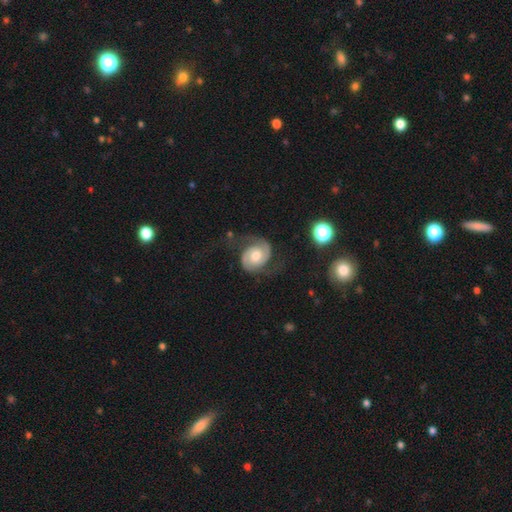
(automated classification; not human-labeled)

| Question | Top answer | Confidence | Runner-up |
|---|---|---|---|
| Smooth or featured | featured or disk | 83% | smooth (11%) |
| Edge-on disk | no | 98% | yes (2%) |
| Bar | no | 68% | weak (26%) |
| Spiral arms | yes | 96% | no (4%) |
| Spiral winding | medium | 45% | tight (35%) |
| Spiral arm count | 2 | 91% | can't tell (3%) |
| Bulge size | moderate | 73% | small (17%) |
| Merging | none | 68% | minor disturbance (17%) |